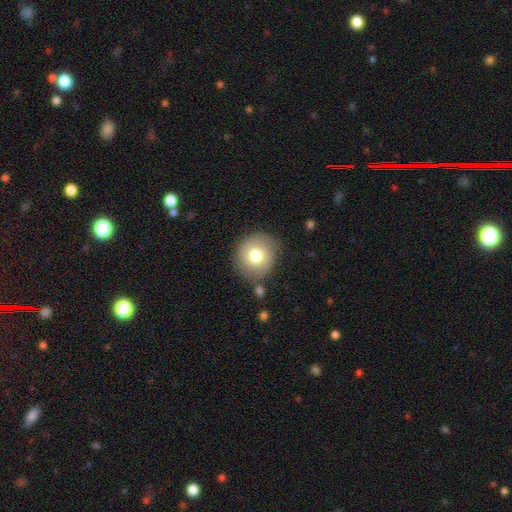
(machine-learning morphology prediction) Smooth or featured? smooth (75%)
How rounded? round (87%)
Merging? none (79%)